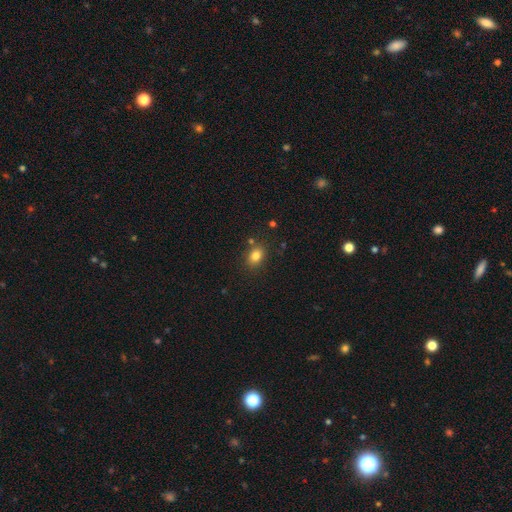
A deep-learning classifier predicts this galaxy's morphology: This appears to be a smooth galaxy with no disk features (82%) that is in between round and cigar-shaped (62%). Merging: none (80%).